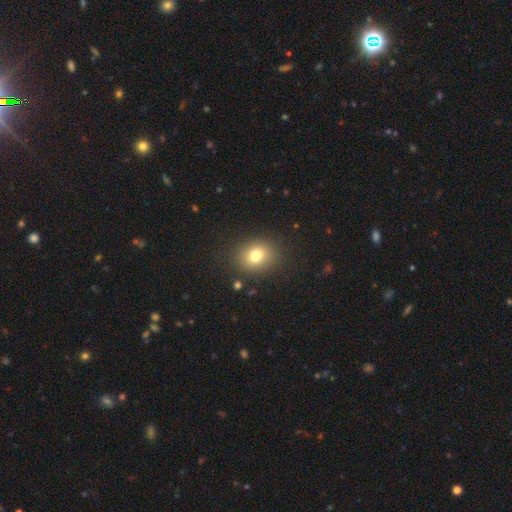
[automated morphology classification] Smooth or featured: smooth — 77% (star or artifact — 13%)
How rounded: round — 60% (in between — 39%)
Merging: none — 87% (minor disturbance — 8%)